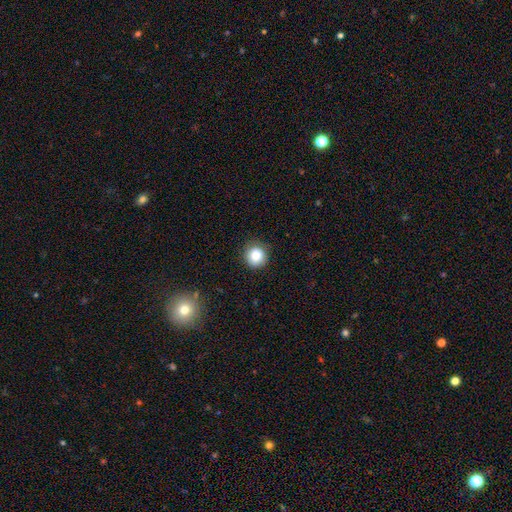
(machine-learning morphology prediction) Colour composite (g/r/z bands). It shows a smooth galaxy with no disk features (82%) that is round (93%). Merging: none (85%).